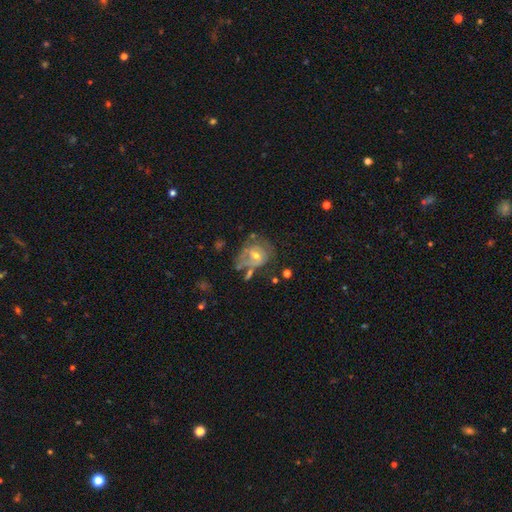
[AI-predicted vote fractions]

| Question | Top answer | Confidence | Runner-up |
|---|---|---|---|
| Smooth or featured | featured or disk | 61% | smooth (30%) |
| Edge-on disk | no | 96% | yes (4%) |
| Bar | no | 62% | weak (30%) |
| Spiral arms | yes | 57% | no (43%) |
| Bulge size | moderate | 56% | small (39%) |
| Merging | none | 39% | minor disturbance (23%) |